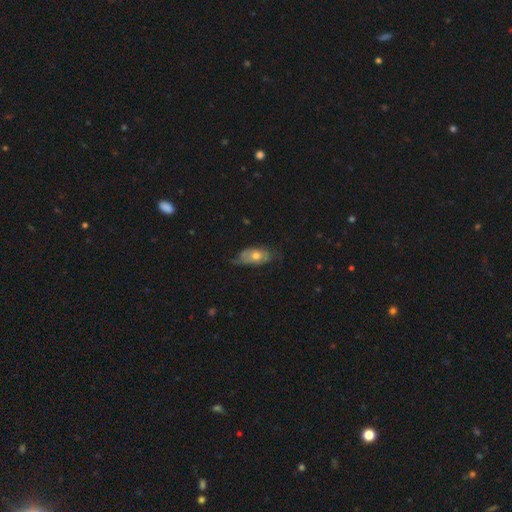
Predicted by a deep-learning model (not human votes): Smooth or featured?
  - smooth: 54% *
  - featured or disk: 40%
  - star or artifact: 7%
How rounded?
  - in between: 88% *
  - cigar-shaped: 6%
  - round: 6%
Merging?
  - none: 49% *
  - minor disturbance: 36%
  - major disturbance: 13%
  - merger: 2%